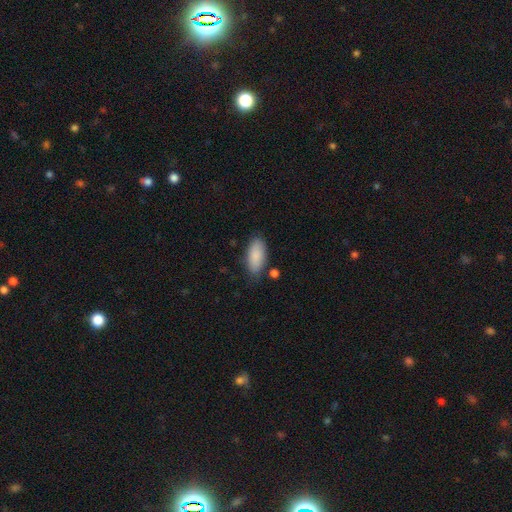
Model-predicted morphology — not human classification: A smooth galaxy with no disk features (87%) that is in between round and cigar-shaped (89%).

Vote fractions:
- Smooth or featured? smooth: 87% / featured or disk: 7% / star or artifact: 6%
- How rounded? in between: 89% / cigar-shaped: 9% / round: 2%
- Merging? none: 75% / minor disturbance: 17% / major disturbance: 4% / merger: 4%